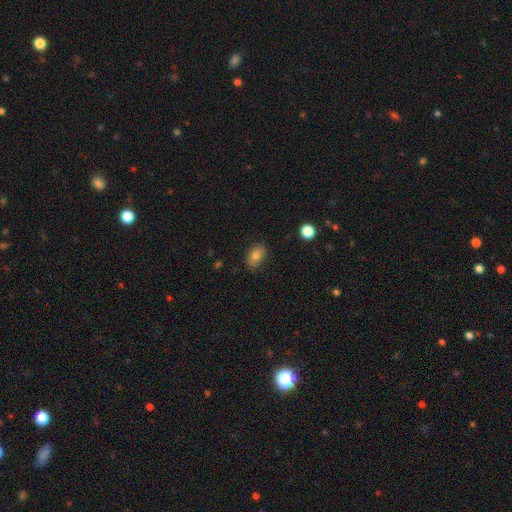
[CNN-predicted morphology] A smooth galaxy with no disk features (80%) that is in between round and cigar-shaped (81%).

Vote fractions:
- Smooth or featured? smooth: 80% / featured or disk: 11% / star or artifact: 10%
- How rounded? in between: 81% / round: 17% / cigar-shaped: 1%
- Merging? none: 82% / minor disturbance: 14% / major disturbance: 3% / merger: 1%